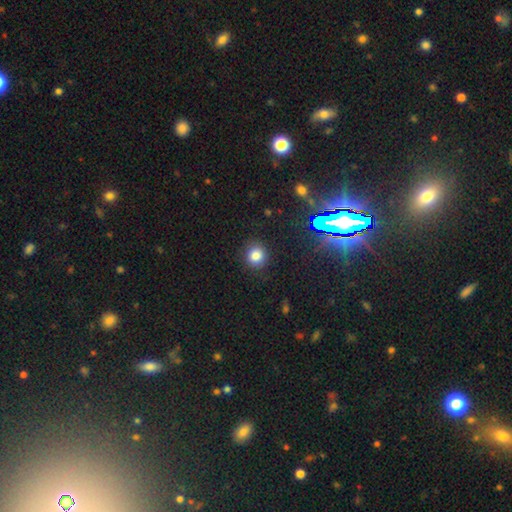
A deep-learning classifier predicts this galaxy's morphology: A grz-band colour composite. It shows a smooth galaxy with no disk features (81%) that is round (87%). Merging: none (89%).